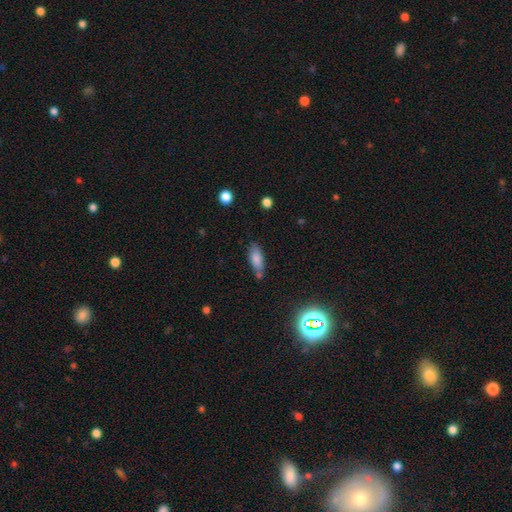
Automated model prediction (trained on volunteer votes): Smooth or featured: smooth — 79% (featured or disk — 11%)
How rounded: in between — 75% (cigar-shaped — 22%)
Merging: none — 67% (minor disturbance — 18%)